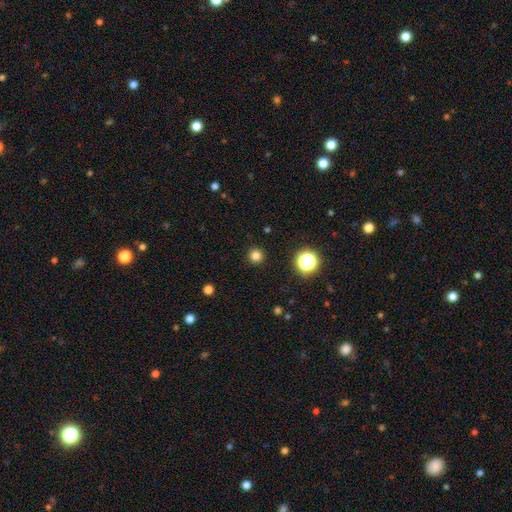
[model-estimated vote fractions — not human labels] smooth_or_featured: smooth (p=0.80) [alt: star or artifact p=0.16]
how_rounded: round (p=0.96) [alt: in between p=0.03]
merging: none (p=0.92) [alt: minor disturbance p=0.05]